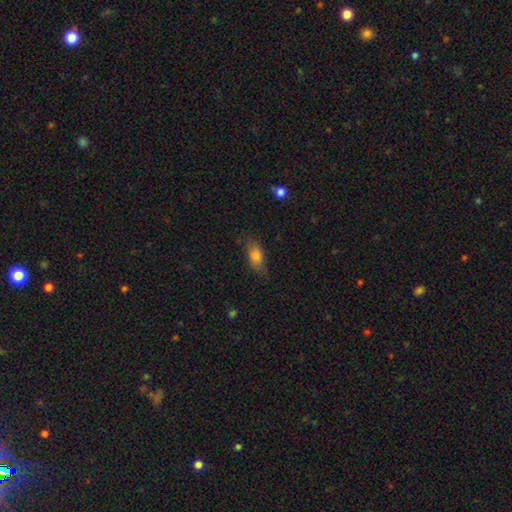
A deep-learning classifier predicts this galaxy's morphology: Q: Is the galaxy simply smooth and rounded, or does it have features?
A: smooth — 79%.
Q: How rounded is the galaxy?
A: in between — 85%.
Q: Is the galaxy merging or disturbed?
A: none — 71%.